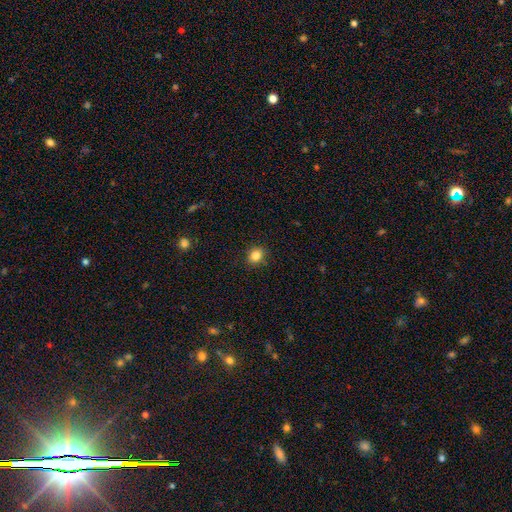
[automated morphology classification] This is clearly a smooth galaxy (84%). How rounded: possibly round (58%). Merging: clearly none (87%).